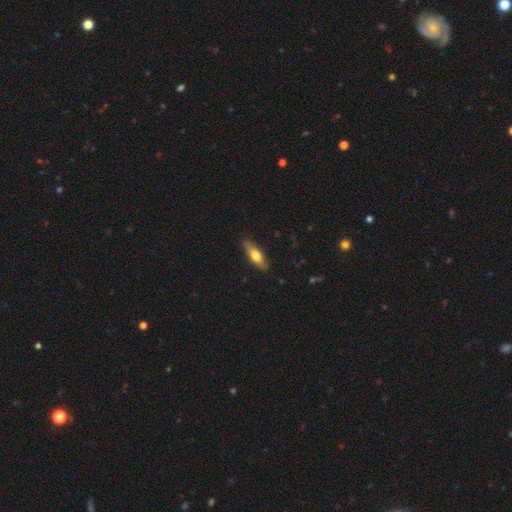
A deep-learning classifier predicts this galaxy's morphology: A smooth galaxy with no disk features (64%) that is cigar-shaped (50%).

Vote fractions:
- Smooth or featured? smooth: 64% / featured or disk: 31% / star or artifact: 6%
- How rounded? cigar-shaped: 50% / in between: 48% / round: 2%
- Merging? none: 86% / minor disturbance: 11% / major disturbance: 2% / merger: 1%